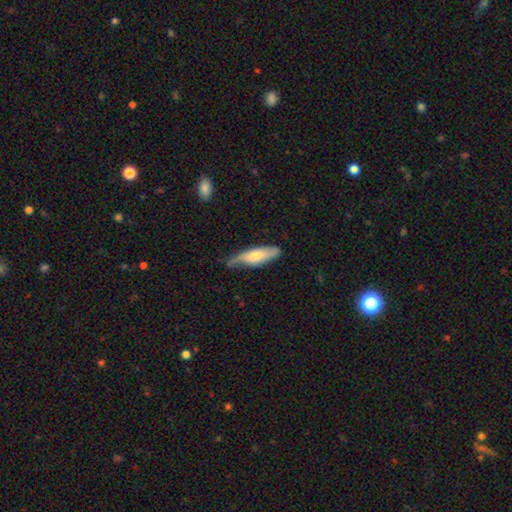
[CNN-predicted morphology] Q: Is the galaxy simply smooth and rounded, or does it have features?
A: smooth — 62%.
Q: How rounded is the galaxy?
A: cigar-shaped — 54%.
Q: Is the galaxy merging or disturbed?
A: none — 49%.